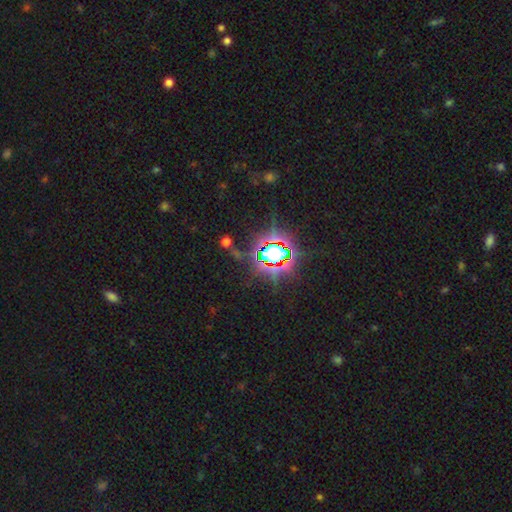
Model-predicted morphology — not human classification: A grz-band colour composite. It shows a star or artifact, not a galaxy (82%).